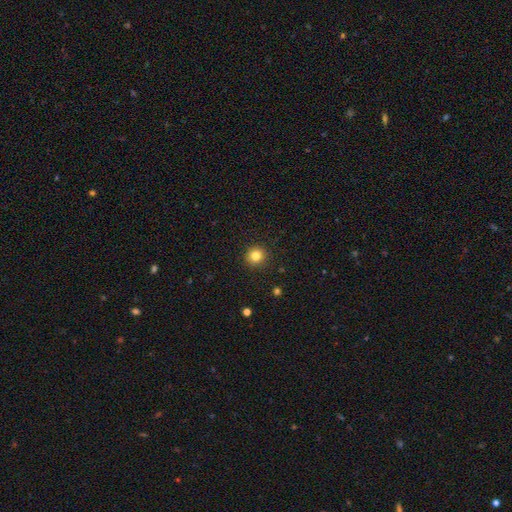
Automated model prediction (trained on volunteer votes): smooth 82%, star or artifact 12%, featured or disk 6%. Down the decision tree: how rounded — round (93%); merging — none (92%).